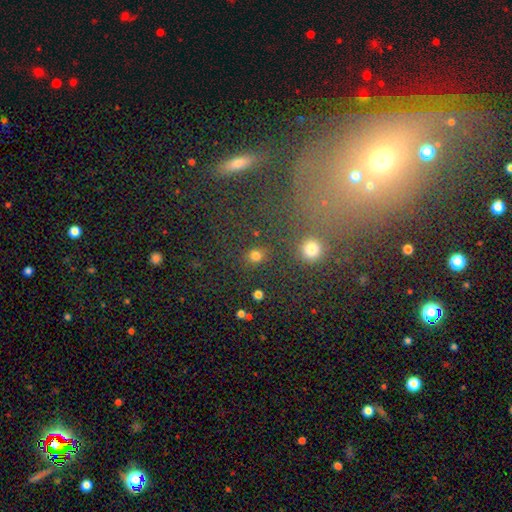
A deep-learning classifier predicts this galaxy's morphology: This is likely a smooth galaxy (76%). How rounded: likely round (78%). Merging: clearly none (82%).